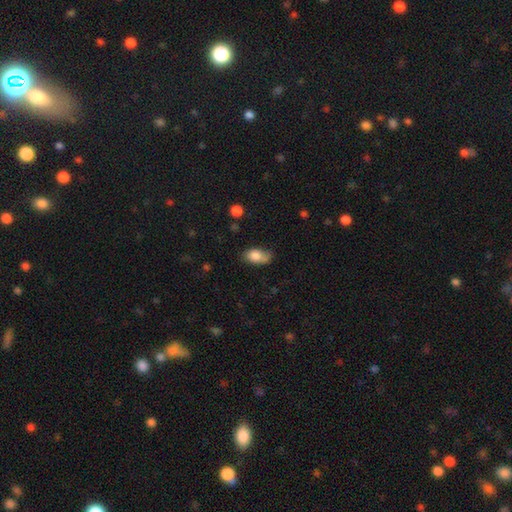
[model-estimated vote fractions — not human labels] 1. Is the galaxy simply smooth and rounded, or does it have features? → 81% smooth, 10% featured or disk, 8% star or artifact.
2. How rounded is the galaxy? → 87% in between, 10% round, 3% cigar-shaped.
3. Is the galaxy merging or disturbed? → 49% none, 32% minor disturbance, 10% merger, 10% major disturbance.